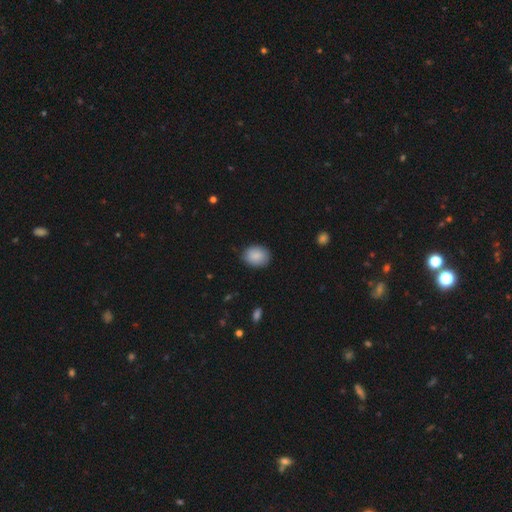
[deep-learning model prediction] Q: Smooth or featured?
A: smooth (88%); runner-up: star or artifact (7%)
Q: How rounded?
A: in between (55%); runner-up: round (44%)
Q: Merging?
A: none (83%); runner-up: minor disturbance (14%)